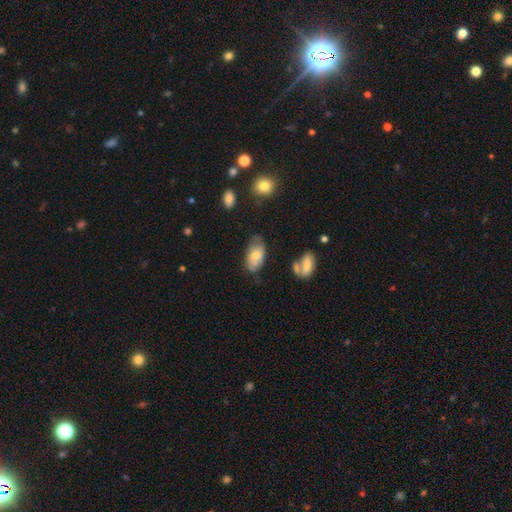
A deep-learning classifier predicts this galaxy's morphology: Smooth or featured?
  - smooth: 63% *
  - featured or disk: 30%
  - star or artifact: 7%
How rounded?
  - in between: 94% *
  - round: 4%
  - cigar-shaped: 2%
Merging?
  - none: 53% *
  - minor disturbance: 31%
  - major disturbance: 9%
  - merger: 7%